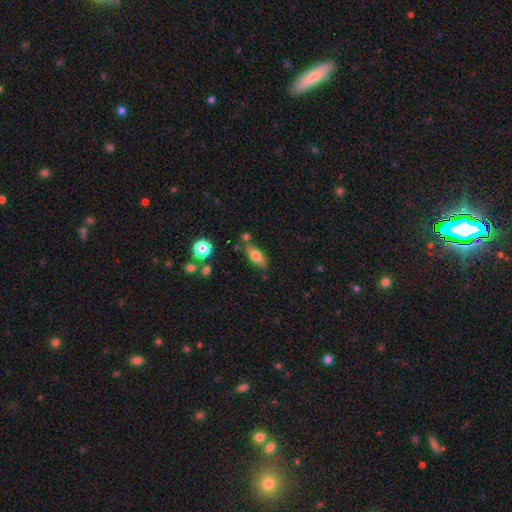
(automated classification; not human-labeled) Smooth or featured: smooth — 74% (featured or disk — 17%)
How rounded: in between — 77% (cigar-shaped — 19%)
Merging: none — 71% (minor disturbance — 16%)